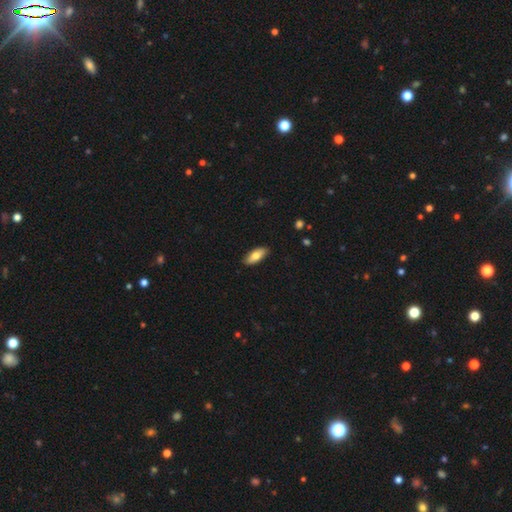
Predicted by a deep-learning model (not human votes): Smooth or featured?
  - smooth: 75% *
  - featured or disk: 19%
  - star or artifact: 6%
How rounded?
  - in between: 77% *
  - cigar-shaped: 21%
  - round: 2%
Merging?
  - none: 89% *
  - minor disturbance: 9%
  - major disturbance: 2%
  - merger: 1%